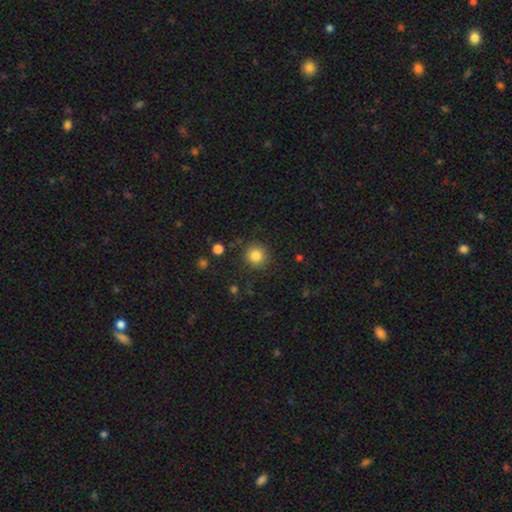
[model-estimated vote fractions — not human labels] This is clearly a smooth galaxy (84%). How rounded: clearly round (93%). Merging: clearly none (87%).